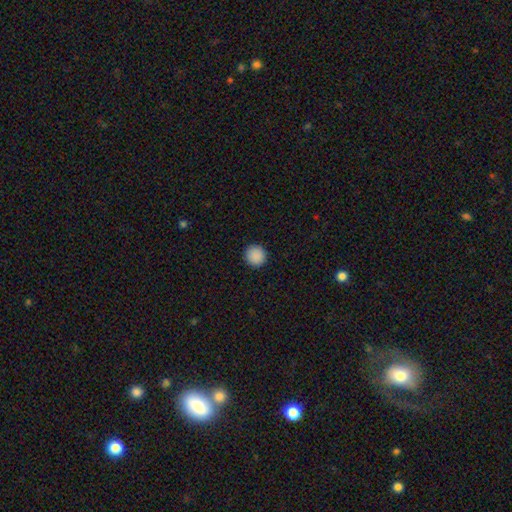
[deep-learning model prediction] Morphology: type=smooth (90%); roundness=round (95%); merging=none (93%).